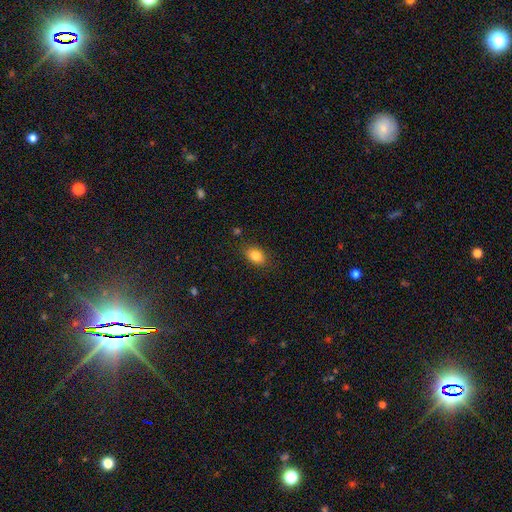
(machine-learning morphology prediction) Q: Smooth or featured?
A: smooth (84%); runner-up: star or artifact (9%)
Q: How rounded?
A: in between (79%); runner-up: round (20%)
Q: Merging?
A: none (85%); runner-up: minor disturbance (11%)